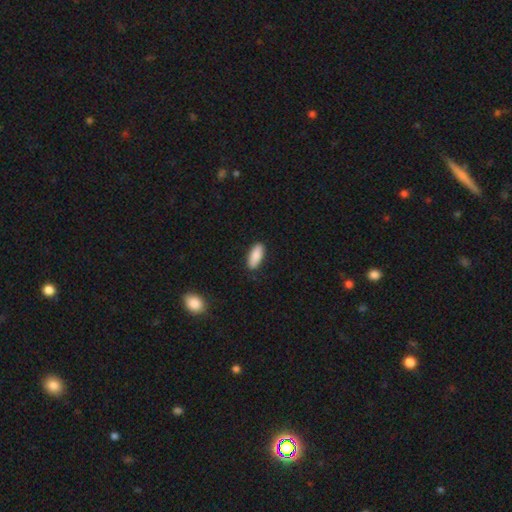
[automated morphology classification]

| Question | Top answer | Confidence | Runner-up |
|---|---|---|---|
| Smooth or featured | smooth | 86% | featured or disk (8%) |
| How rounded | in between | 77% | cigar-shaped (21%) |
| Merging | none | 87% | minor disturbance (10%) |